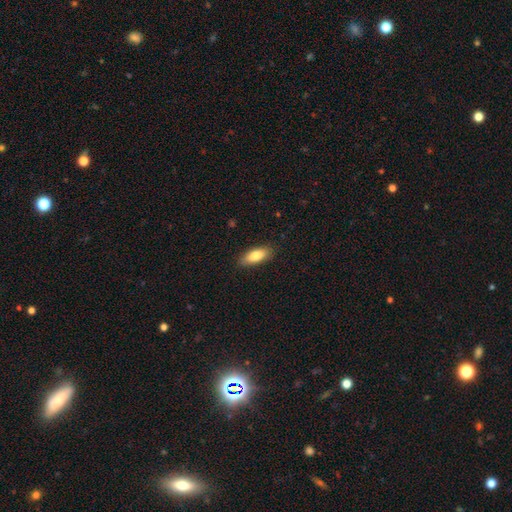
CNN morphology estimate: A smooth galaxy with no disk features (84%) that is in between round and cigar-shaped (75%). Merging: none (87%).